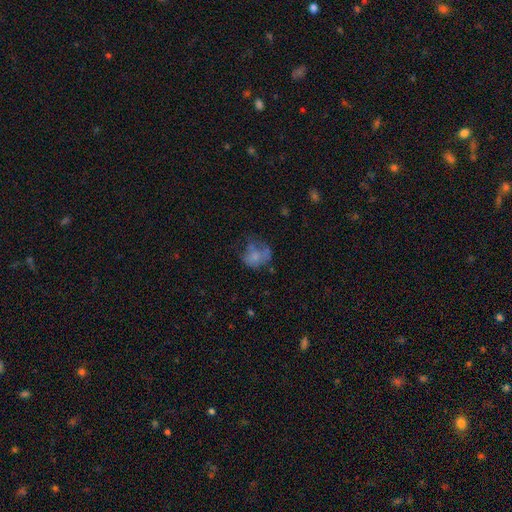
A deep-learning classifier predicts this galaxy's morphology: Overall: smooth (59%; featured or disk 29%). How rounded: round (55%; in between 44%). Merging: major disturbance (35%; none 33%).